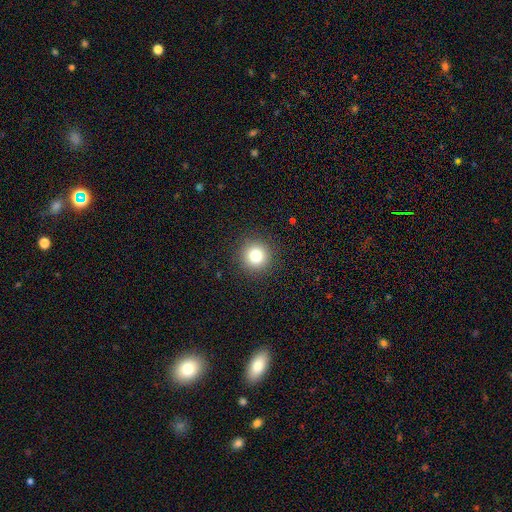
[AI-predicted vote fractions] Smooth or featured? Predicted: smooth (p=0.80). How rounded? Predicted: round (p=0.96). Merging? Predicted: none (p=0.92).